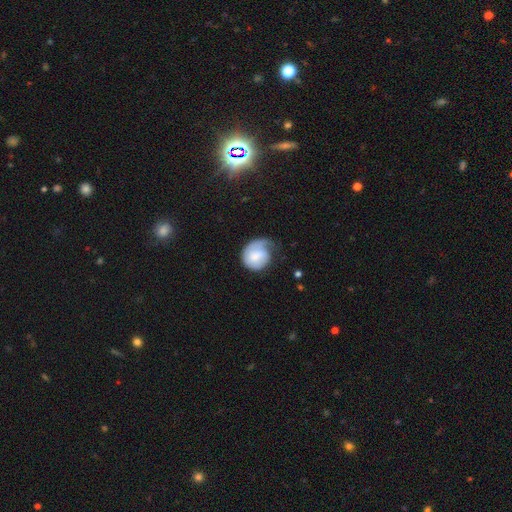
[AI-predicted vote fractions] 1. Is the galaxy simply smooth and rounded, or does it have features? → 49% smooth, 44% featured or disk, 6% star or artifact.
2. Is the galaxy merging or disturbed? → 36% none, 31% minor disturbance, 30% major disturbance, 3% merger.